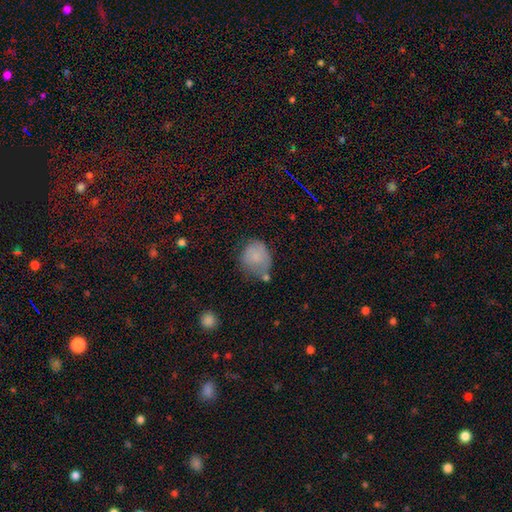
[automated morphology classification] Smooth or featured: smooth — 76% (featured or disk — 16%)
How rounded: round — 68% (in between — 31%)
Merging: none — 42% (minor disturbance — 32%)